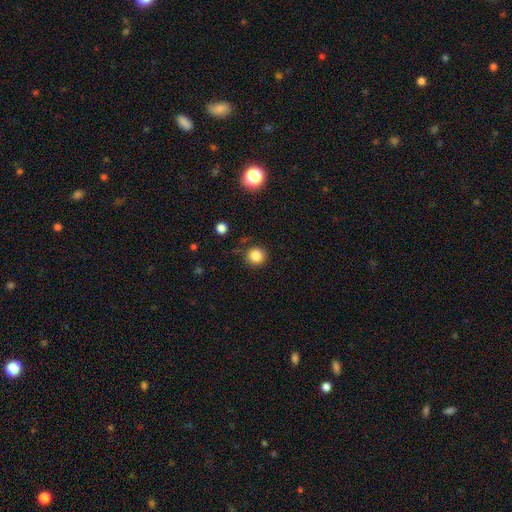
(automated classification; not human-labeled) This appears to be a smooth galaxy with no disk features (84%) that is round (94%). Merging: none (85%).